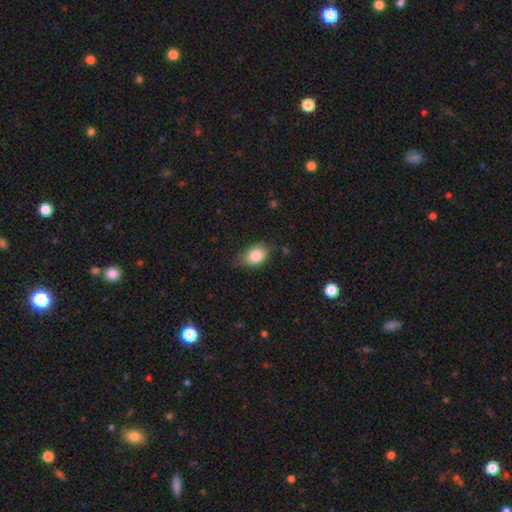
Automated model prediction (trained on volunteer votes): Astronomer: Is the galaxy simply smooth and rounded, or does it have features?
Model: smooth — 83%.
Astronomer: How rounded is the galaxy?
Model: in between — 72%.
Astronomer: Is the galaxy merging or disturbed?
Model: none — 67%.